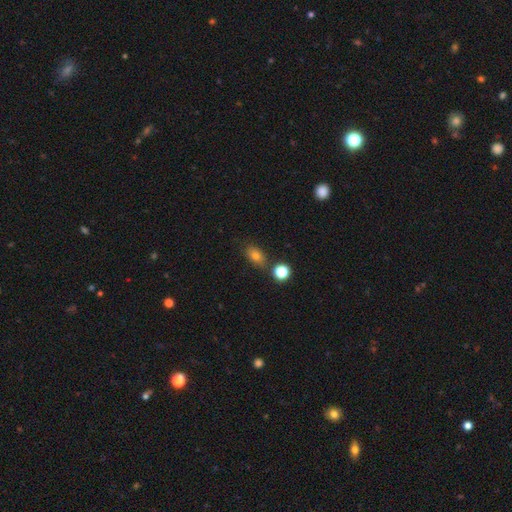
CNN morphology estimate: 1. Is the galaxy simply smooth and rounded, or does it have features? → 75% smooth, 14% star or artifact, 11% featured or disk.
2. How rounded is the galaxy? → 76% in between, 21% round, 3% cigar-shaped.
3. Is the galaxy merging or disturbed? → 75% none, 14% minor disturbance, 8% merger, 4% major disturbance.